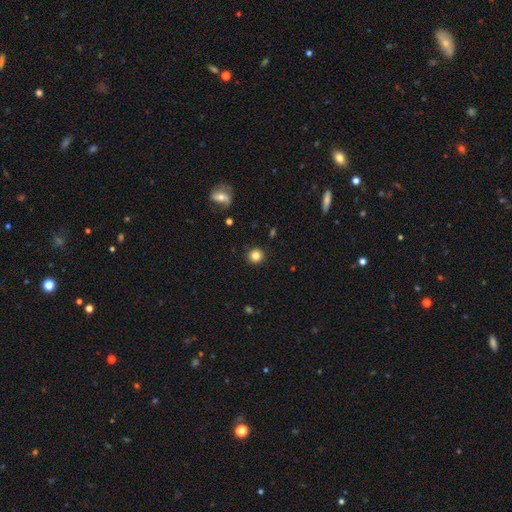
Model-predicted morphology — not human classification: Q: Smooth or featured?
A: smooth (83%); runner-up: star or artifact (11%)
Q: How rounded?
A: round (92%); runner-up: in between (7%)
Q: Merging?
A: none (91%); runner-up: minor disturbance (6%)